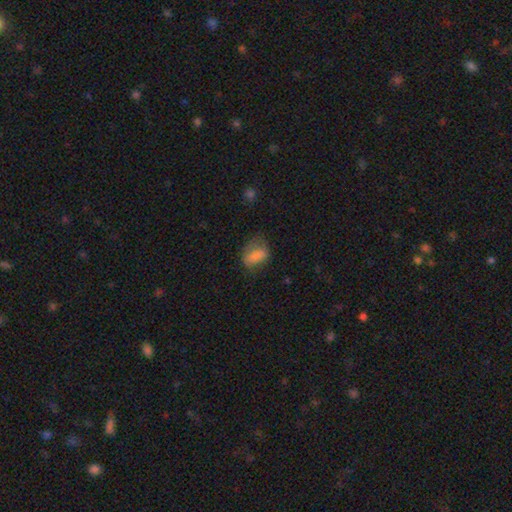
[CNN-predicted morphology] The model was most divided on "merging": none: 48%, minor disturbance: 30%, major disturbance: 20%, merger: 2%. More confident: how rounded — in between (82%); smooth or featured — smooth (77%).